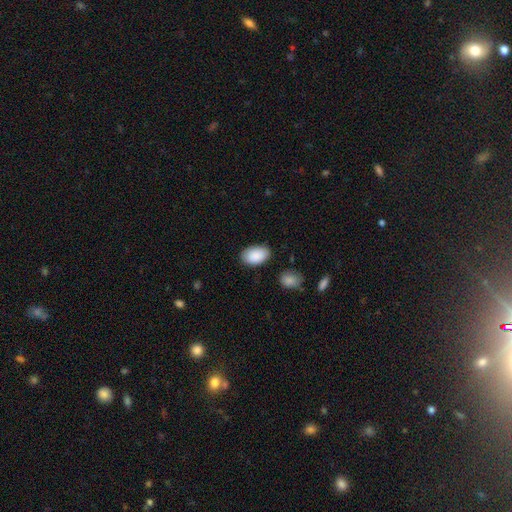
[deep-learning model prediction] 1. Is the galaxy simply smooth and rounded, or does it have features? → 90% smooth, 6% star or artifact, 4% featured or disk.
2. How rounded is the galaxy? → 92% in between, 7% round, 1% cigar-shaped.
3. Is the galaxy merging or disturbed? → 83% none, 12% minor disturbance, 3% major disturbance, 2% merger.